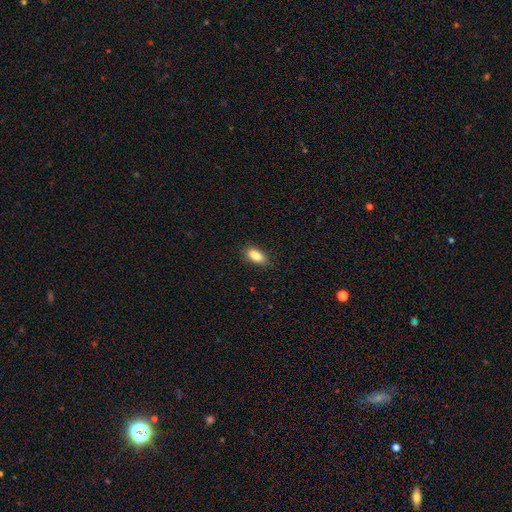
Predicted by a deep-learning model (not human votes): A smooth galaxy with no disk features (86%) that is in between round and cigar-shaped (85%). Merging: none (85%).